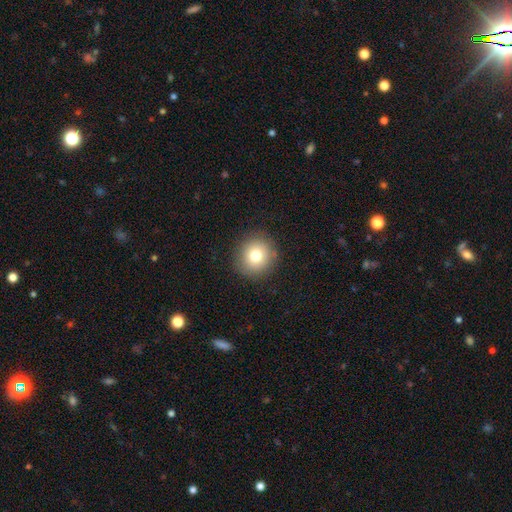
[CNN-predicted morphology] smooth-or-featured: smooth: 76% | star or artifact: 12% | featured or disk: 11%
  how-rounded: round: 93% | in between: 6% | cigar-shaped: 1%
  merging: none: 90% | minor disturbance: 7% | major disturbance: 3% | merger: 1%